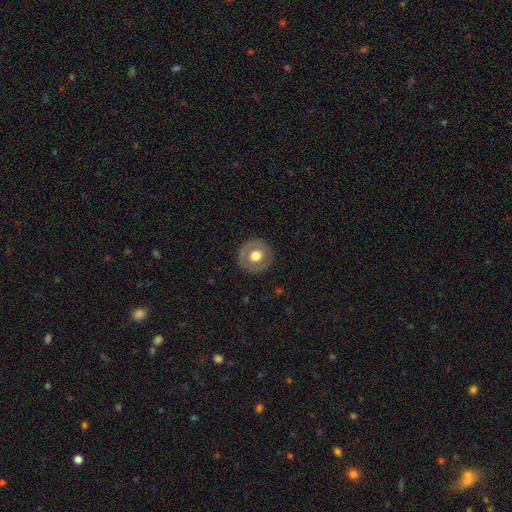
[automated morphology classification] smooth_or_featured: smooth (p=0.58) [alt: featured or disk p=0.35]
how_rounded: round (p=0.90) [alt: in between p=0.09]
merging: none (p=0.87) [alt: minor disturbance p=0.09]